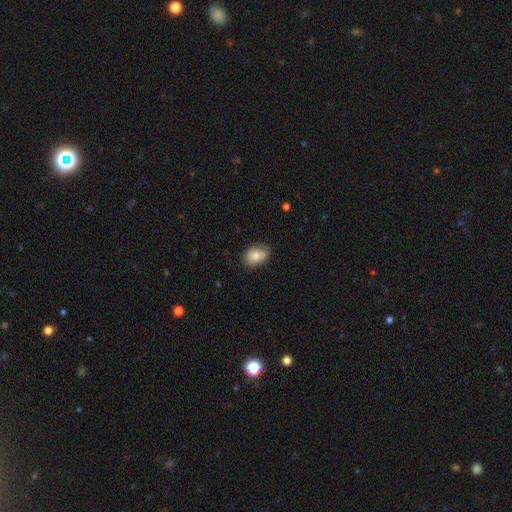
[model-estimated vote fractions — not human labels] Q: Smooth or featured?
A: smooth (81%); runner-up: featured or disk (12%)
Q: How rounded?
A: in between (79%); runner-up: round (19%)
Q: Merging?
A: none (74%); runner-up: minor disturbance (21%)